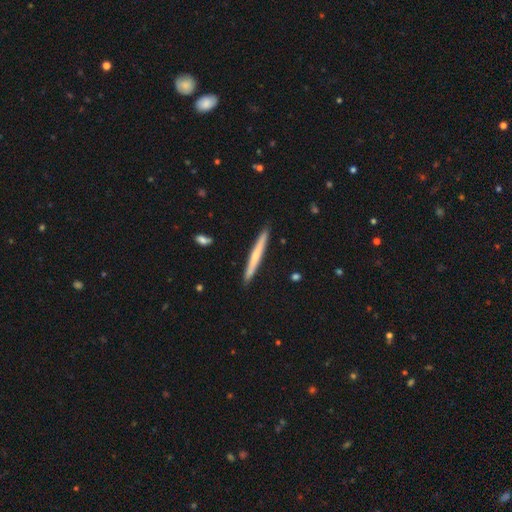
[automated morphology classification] The model was most divided on "smooth or featured": smooth: 53%, featured or disk: 42%, star or artifact: 5%. More confident: how rounded — cigar-shaped (97%); merging — none (91%).